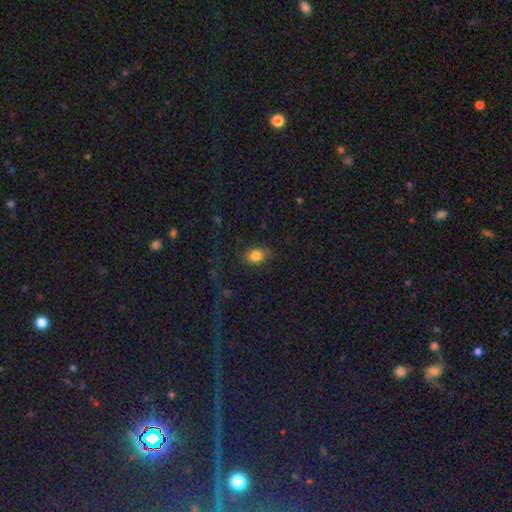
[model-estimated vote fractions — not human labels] This appears to be a smooth galaxy with no disk features (81%) that is in between round and cigar-shaped (64%). Merging: none (77%).